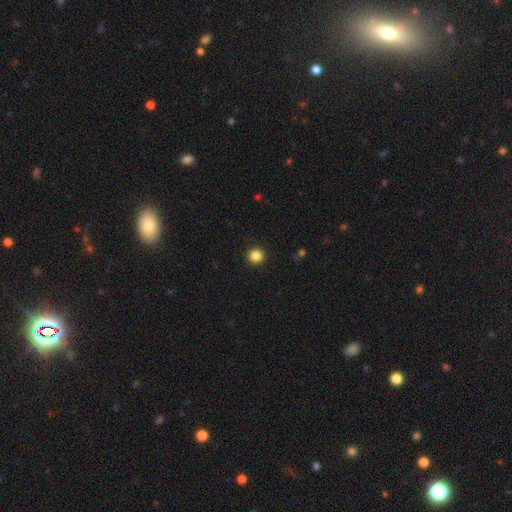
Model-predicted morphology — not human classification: Q: Smooth or featured?
A: smooth (86%); runner-up: star or artifact (11%)
Q: How rounded?
A: round (94%); runner-up: in between (5%)
Q: Merging?
A: none (92%); runner-up: minor disturbance (5%)